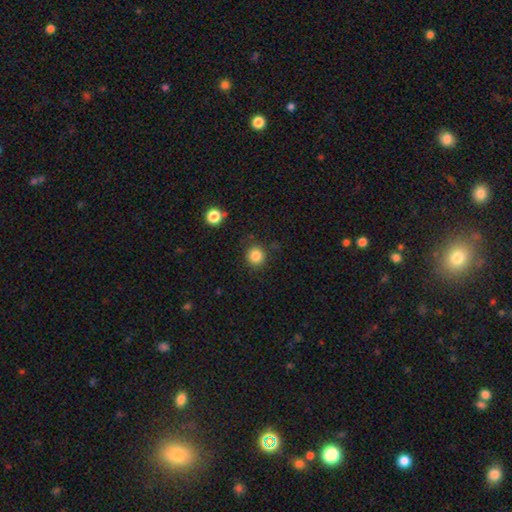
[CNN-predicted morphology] Q: Smooth or featured?
A: smooth (85%); runner-up: star or artifact (11%)
Q: How rounded?
A: round (92%); runner-up: in between (7%)
Q: Merging?
A: none (87%); runner-up: minor disturbance (8%)